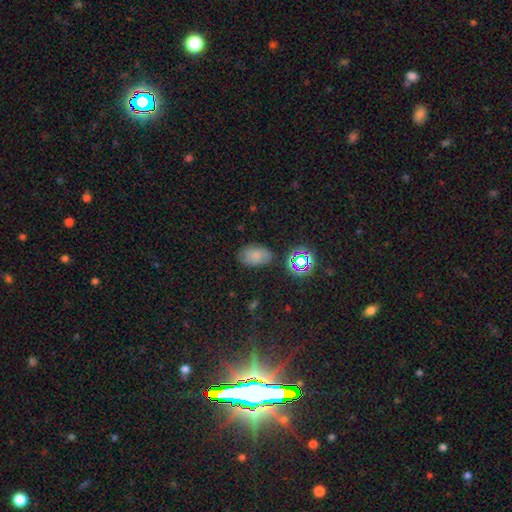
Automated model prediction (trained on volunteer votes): A smooth galaxy with no disk features (69%) that is in between round and cigar-shaped (86%). Merging: none (74%).